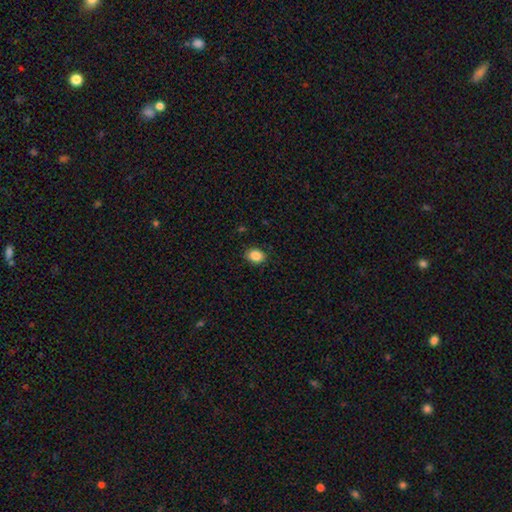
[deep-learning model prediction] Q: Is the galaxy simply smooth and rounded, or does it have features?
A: smooth — 86%.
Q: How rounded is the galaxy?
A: in between — 57%.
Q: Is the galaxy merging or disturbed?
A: none — 88%.